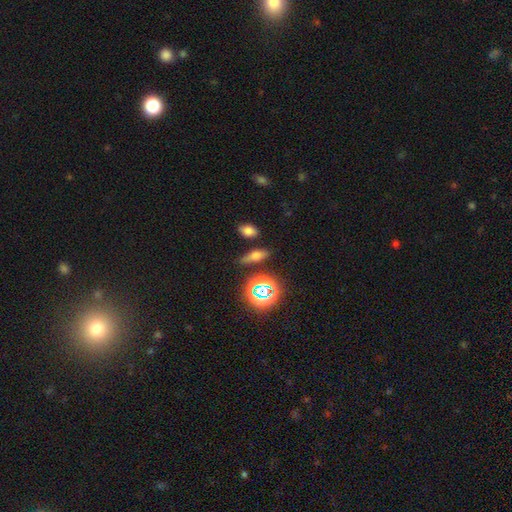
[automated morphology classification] This appears to be a smooth galaxy with no disk features (60%) that is in between round and cigar-shaped (63%). Merging: none (79%).